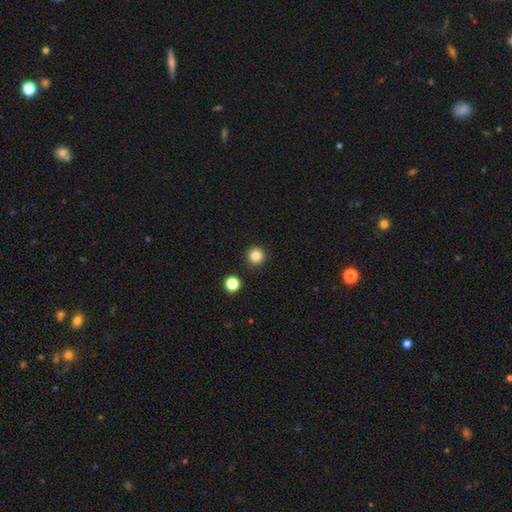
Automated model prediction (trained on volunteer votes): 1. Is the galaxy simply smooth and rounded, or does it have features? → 83% smooth, 12% star or artifact, 5% featured or disk.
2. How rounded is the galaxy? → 96% round, 3% in between, 1% cigar-shaped.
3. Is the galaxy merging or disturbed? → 92% none, 5% minor disturbance, 2% merger, 2% major disturbance.